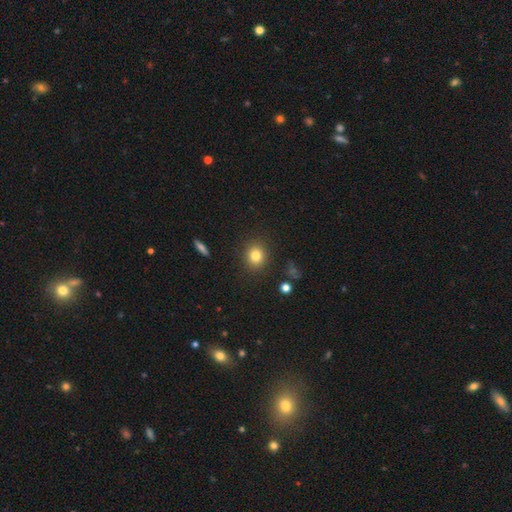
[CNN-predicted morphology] smooth 82%, star or artifact 11%, featured or disk 7%. Down the decision tree: how rounded — round (81%); merging — none (89%).